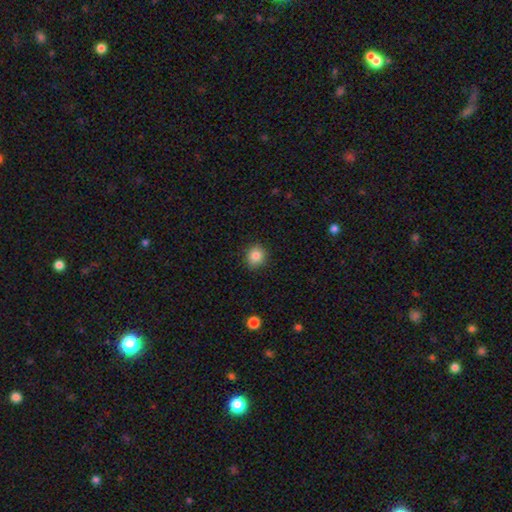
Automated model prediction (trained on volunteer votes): This is clearly a smooth galaxy (84%). How rounded: clearly round (86%). Merging: clearly none (88%).